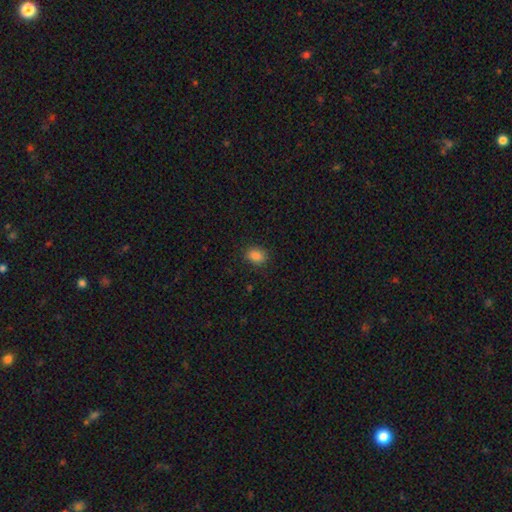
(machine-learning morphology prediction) Smooth or featured? Predicted: smooth (p=0.87). How rounded? Predicted: in between (p=0.65). Merging? Predicted: none (p=0.86).